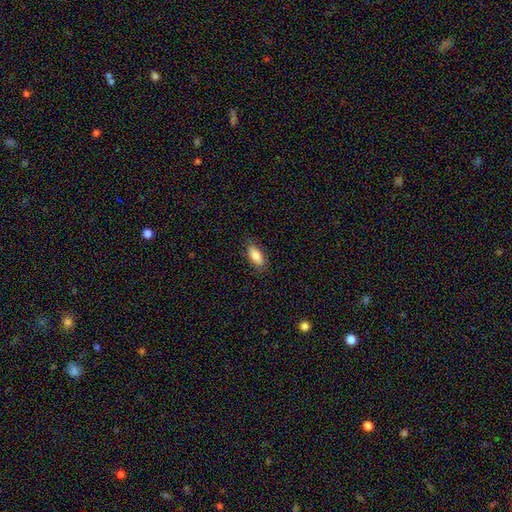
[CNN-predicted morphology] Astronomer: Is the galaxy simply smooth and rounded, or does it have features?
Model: smooth — 84%.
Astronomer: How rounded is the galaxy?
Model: in between — 86%.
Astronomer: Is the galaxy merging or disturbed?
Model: none — 84%.